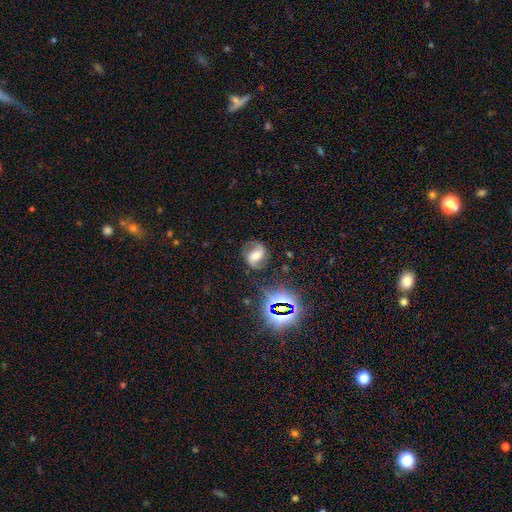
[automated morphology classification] The model was most divided on "bar": strong: 36%, weak: 34%, no: 29%. More confident: edge-on disk — no (96%); spiral arms — yes (87%); merging — none (74%); smooth or featured — featured or disk (60%); bulge size — moderate (56%).